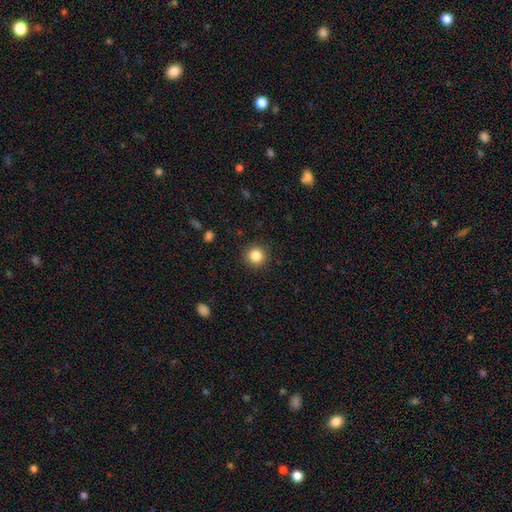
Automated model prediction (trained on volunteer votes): Overall: smooth (85%). How rounded: round (94%). Merging: none (92%).